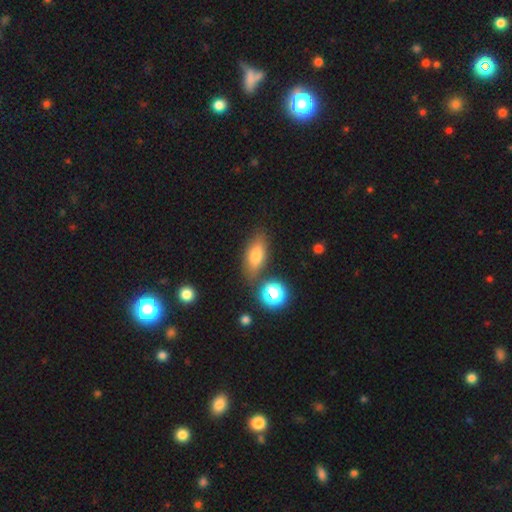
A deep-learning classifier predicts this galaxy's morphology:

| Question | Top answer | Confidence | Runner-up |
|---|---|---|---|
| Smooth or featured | smooth | 74% | featured or disk (14%) |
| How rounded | in between | 79% | cigar-shaped (14%) |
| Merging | none | 73% | minor disturbance (14%) |